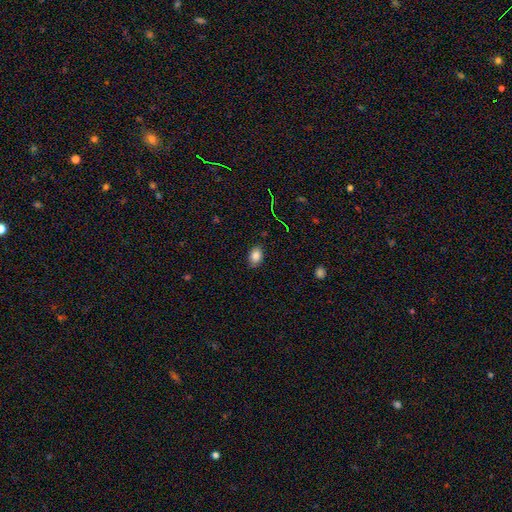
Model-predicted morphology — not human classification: Smooth or featured?
  - smooth: 83% *
  - star or artifact: 10%
  - featured or disk: 7%
How rounded?
  - in between: 82% *
  - round: 17%
  - cigar-shaped: 1%
Merging?
  - none: 86% *
  - minor disturbance: 11%
  - major disturbance: 2%
  - merger: 1%